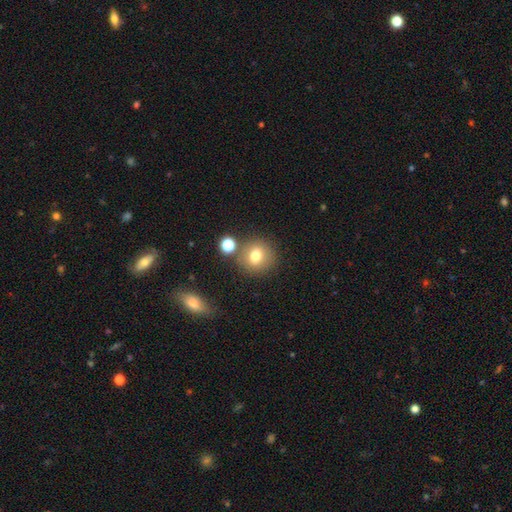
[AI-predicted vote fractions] Q: Smooth or featured?
A: smooth (74%); runner-up: featured or disk (13%)
Q: How rounded?
A: round (83%); runner-up: in between (15%)
Q: Merging?
A: none (76%); runner-up: merger (10%)